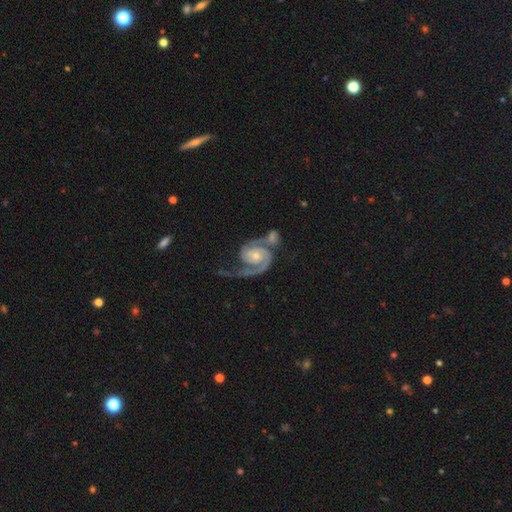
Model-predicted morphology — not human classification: Smooth or featured?
  - featured or disk: 92% *
  - star or artifact: 4%
  - smooth: 4%
Edge-on disk?
  - no: 98% *
  - yes: 2%
Bar?
  - no: 64% *
  - weak: 27%
  - strong: 9%
Spiral arms?
  - yes: 98% *
  - no: 2%
Spiral winding?
  - medium: 45% *
  - tight: 42%
  - loose: 13%
Spiral arm count?
  - 2: 85% *
  - 1: 6%
  - 3: 3%
  - can't tell: 3%
  - 4: 1%
  - more than 4: 1%
Bulge size?
  - small: 53% *
  - moderate: 42%
  - large: 2%
  - none: 2%
  - dominant: 1%
Merging?
  - none: 40% *
  - merger: 27%
  - major disturbance: 17%
  - minor disturbance: 17%